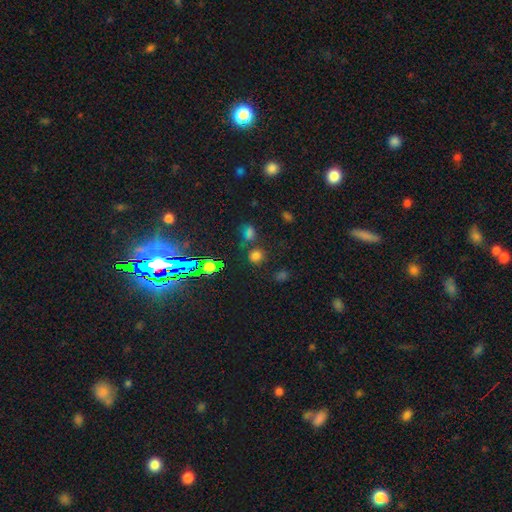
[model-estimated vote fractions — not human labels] This appears to be a smooth galaxy with no disk features (65%) that is round (85%). Merging: none (72%).